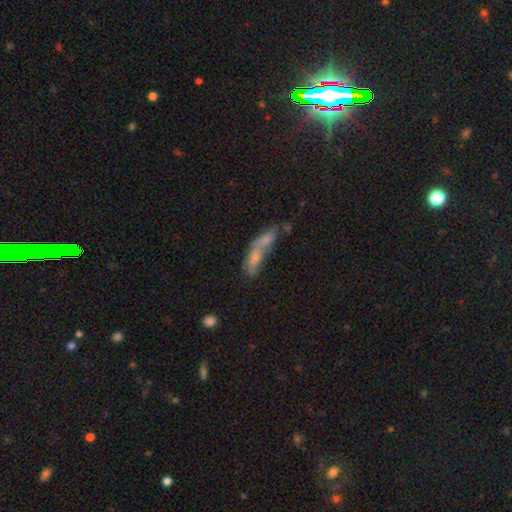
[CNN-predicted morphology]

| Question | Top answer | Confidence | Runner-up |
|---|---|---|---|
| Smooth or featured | smooth | 56% | featured or disk (32%) |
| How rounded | in between | 52% | cigar-shaped (43%) |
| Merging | merger | 58% | none (20%) |